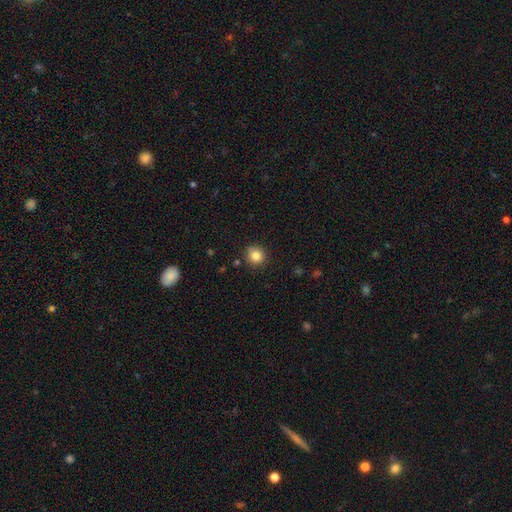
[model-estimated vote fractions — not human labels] smooth_or_featured: smooth (p=0.84) [alt: star or artifact p=0.11]
how_rounded: round (p=0.88) [alt: in between p=0.11]
merging: none (p=0.86) [alt: minor disturbance p=0.10]